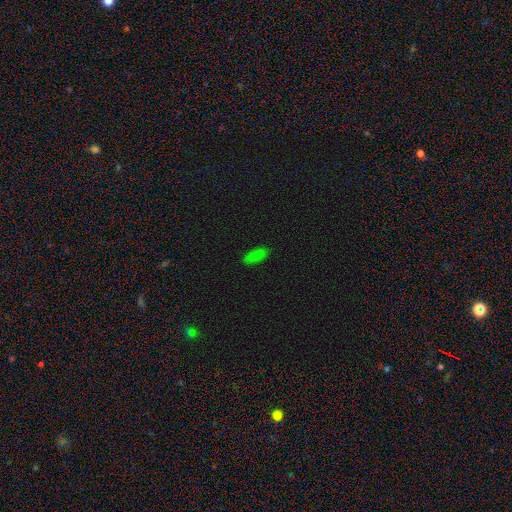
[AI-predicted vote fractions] smooth_or_featured: smooth (p=0.82) [alt: star or artifact p=0.12]
how_rounded: in between (p=0.80) [alt: cigar-shaped p=0.17]
merging: none (p=0.86) [alt: minor disturbance p=0.11]